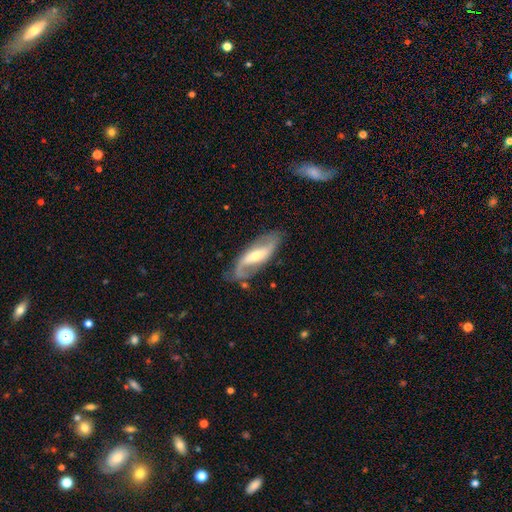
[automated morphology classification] type=featured or disk (81%); edge-on=no (90%); bar=strong (41%); spiral arms=yes (92%); winding=loose (59%); arm count=2 (85%); bulge=moderate (50%); merging=none (72%).